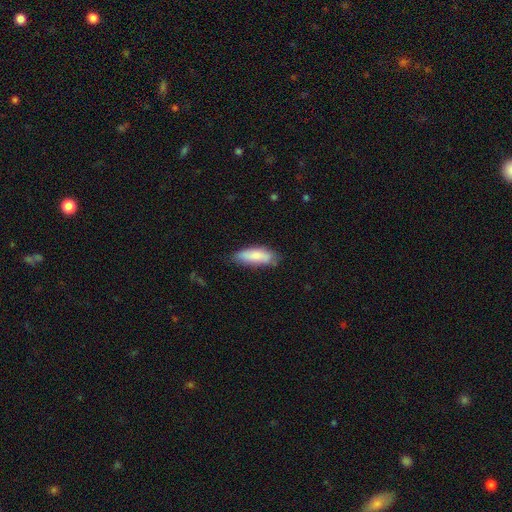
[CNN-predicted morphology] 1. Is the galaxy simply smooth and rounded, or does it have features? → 83% smooth, 11% featured or disk, 6% star or artifact.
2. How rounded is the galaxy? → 65% in between, 33% cigar-shaped, 2% round.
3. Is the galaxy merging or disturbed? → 69% none, 24% minor disturbance, 5% major disturbance, 2% merger.